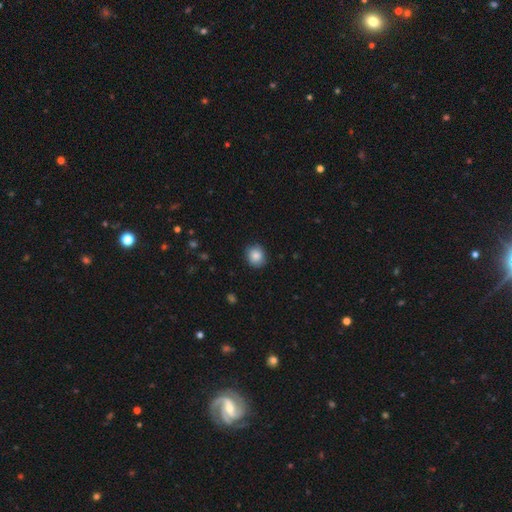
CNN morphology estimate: Overall: smooth (86%). How rounded: round (79%). Merging: none (86%).